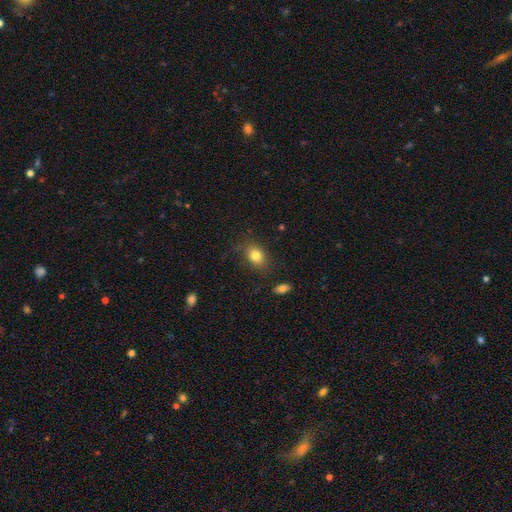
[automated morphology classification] The model was most divided on "how rounded": in between: 70%, round: 29%, cigar-shaped: 2%. More confident: smooth or featured — smooth (80%); merging — none (76%).